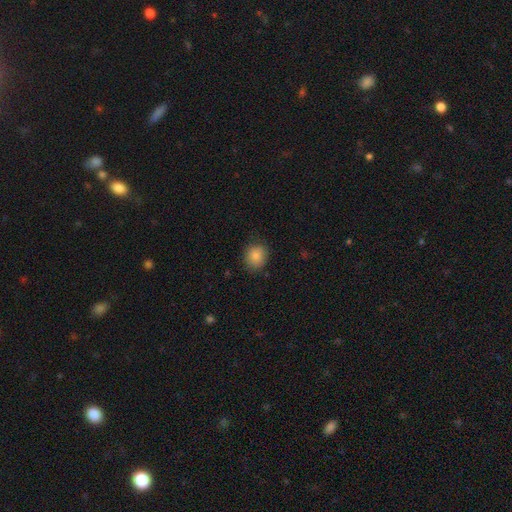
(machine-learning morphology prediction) Q: Smooth or featured?
A: smooth (84%); runner-up: star or artifact (10%)
Q: How rounded?
A: round (77%); runner-up: in between (23%)
Q: Merging?
A: none (84%); runner-up: minor disturbance (12%)